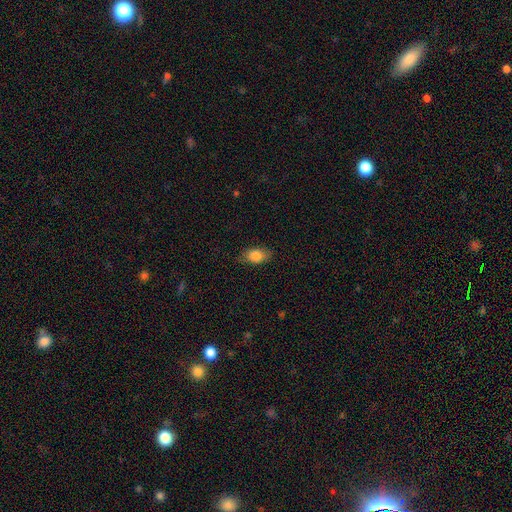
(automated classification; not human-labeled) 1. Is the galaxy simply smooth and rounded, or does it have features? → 82% smooth, 10% featured or disk, 7% star or artifact.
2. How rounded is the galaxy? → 86% in between, 11% round, 3% cigar-shaped.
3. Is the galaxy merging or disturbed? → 80% none, 16% minor disturbance, 4% major disturbance, 1% merger.